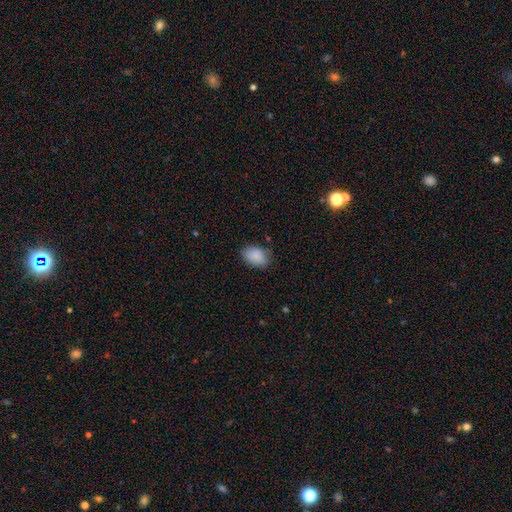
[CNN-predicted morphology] Overall: smooth (88%). How rounded: in between (81%). Merging: none (74%).